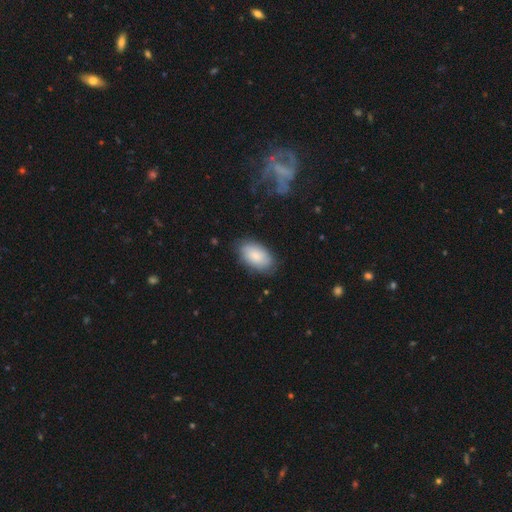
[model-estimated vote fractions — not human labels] Overall: smooth (78%). How rounded: in between (93%). Merging: none (77%).